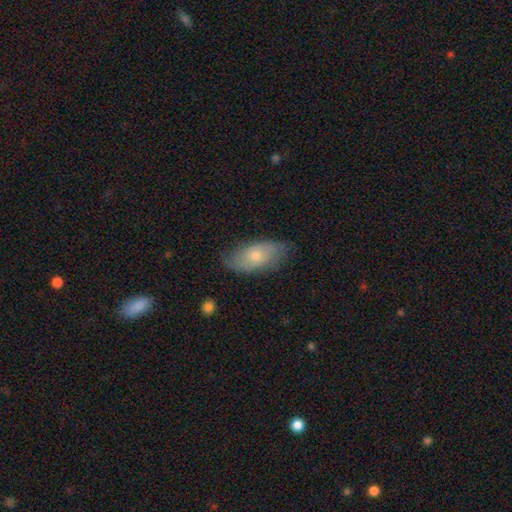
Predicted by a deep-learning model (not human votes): Smooth or featured: smooth — 54% (featured or disk — 40%)
How rounded: in between — 90% (cigar-shaped — 6%)
Merging: none — 73% (minor disturbance — 21%)